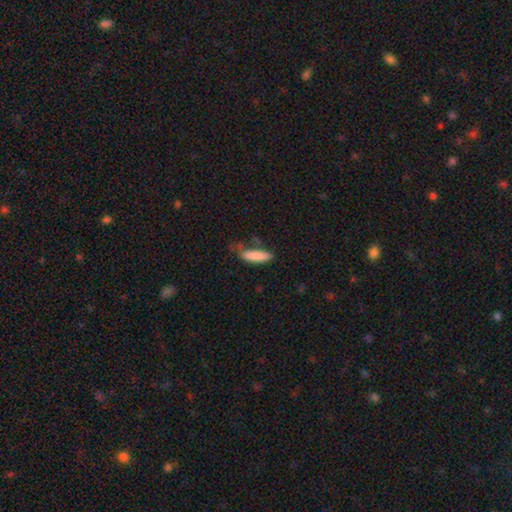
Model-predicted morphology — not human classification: A smooth galaxy with no disk features (84%) that is cigar-shaped (67%).

Vote fractions:
- Smooth or featured? smooth: 84% / featured or disk: 9% / star or artifact: 6%
- How rounded? cigar-shaped: 67% / in between: 31% / round: 2%
- Merging? none: 52% / minor disturbance: 31% / major disturbance: 12% / merger: 5%